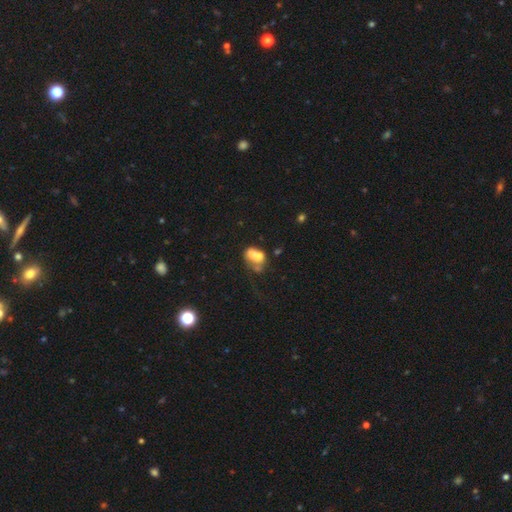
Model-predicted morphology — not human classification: This appears to be a smooth galaxy with no disk features (60%) that is in between round and cigar-shaped (78%). Merging: merger (45%).